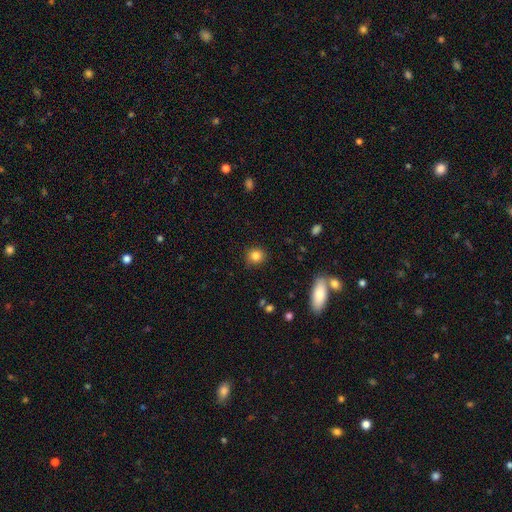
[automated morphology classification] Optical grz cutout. It shows a smooth galaxy with no disk features (84%) that is round (86%). Merging: none (88%).